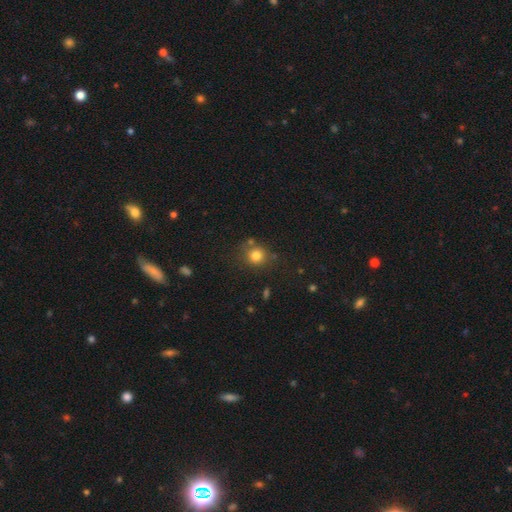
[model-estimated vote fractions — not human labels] Morphology: type=smooth (80%); roundness=round (88%); merging=none (73%).